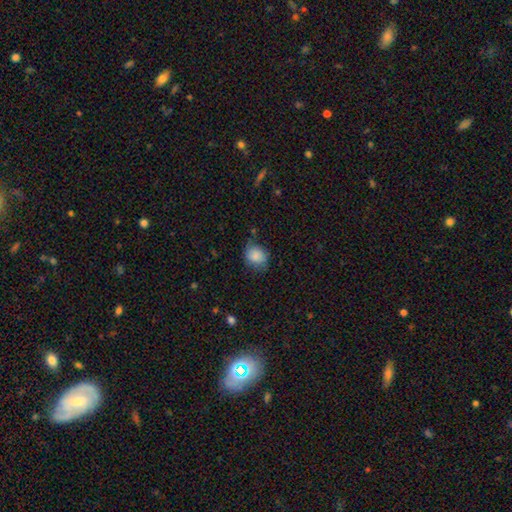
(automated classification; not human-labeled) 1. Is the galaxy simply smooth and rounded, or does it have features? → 85% smooth, 8% star or artifact, 7% featured or disk.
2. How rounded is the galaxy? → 58% round, 41% in between, 1% cigar-shaped.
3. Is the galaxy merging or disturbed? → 66% none, 25% minor disturbance, 6% major disturbance, 2% merger.